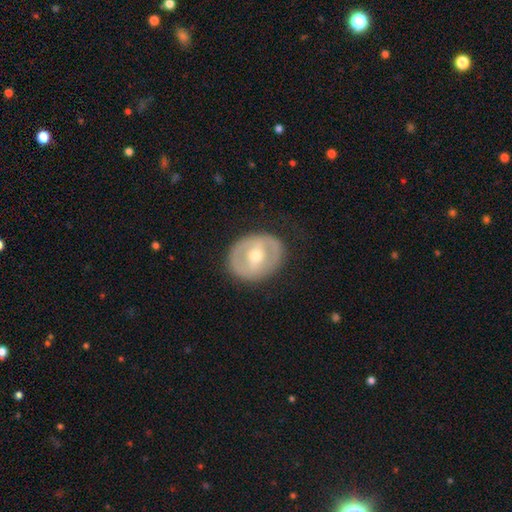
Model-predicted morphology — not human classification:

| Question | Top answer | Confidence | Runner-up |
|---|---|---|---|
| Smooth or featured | featured or disk | 63% | smooth (32%) |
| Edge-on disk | no | 94% | yes (6%) |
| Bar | weak | 37% | strong (34%) |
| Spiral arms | no | 72% | yes (28%) |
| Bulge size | moderate | 64% | small (31%) |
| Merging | none | 81% | minor disturbance (12%) |